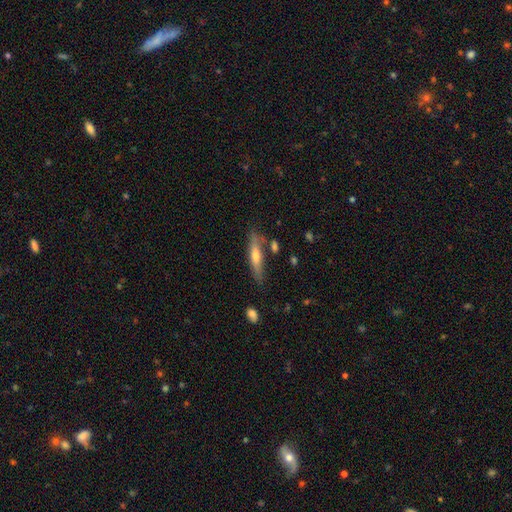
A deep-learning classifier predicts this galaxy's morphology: The model was most divided on "smooth or featured": featured or disk: 50%, smooth: 44%, star or artifact: 7%. More confident: merging — none (75%).